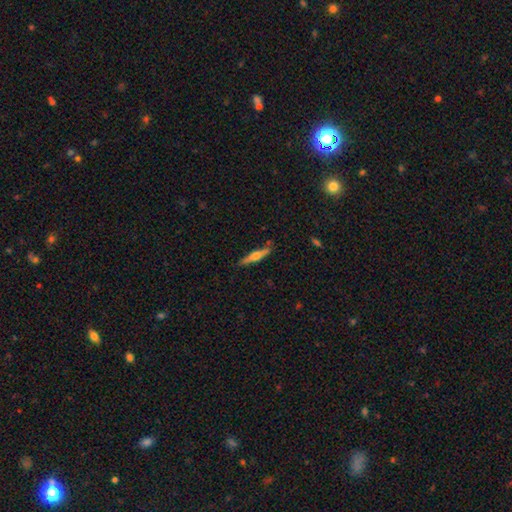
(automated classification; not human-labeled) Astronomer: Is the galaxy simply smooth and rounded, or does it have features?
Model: featured or disk — 62%.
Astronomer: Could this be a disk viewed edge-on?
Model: yes — 97%.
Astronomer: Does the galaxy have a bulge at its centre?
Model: rounded — 91%.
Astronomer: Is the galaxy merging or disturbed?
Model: none — 84%.